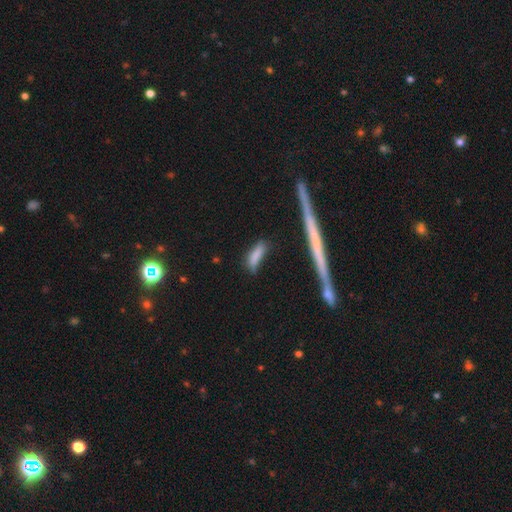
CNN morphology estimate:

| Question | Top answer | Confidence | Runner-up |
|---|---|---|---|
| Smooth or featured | smooth | 79% | featured or disk (13%) |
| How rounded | cigar-shaped | 54% | in between (44%) |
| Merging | none | 57% | minor disturbance (28%) |